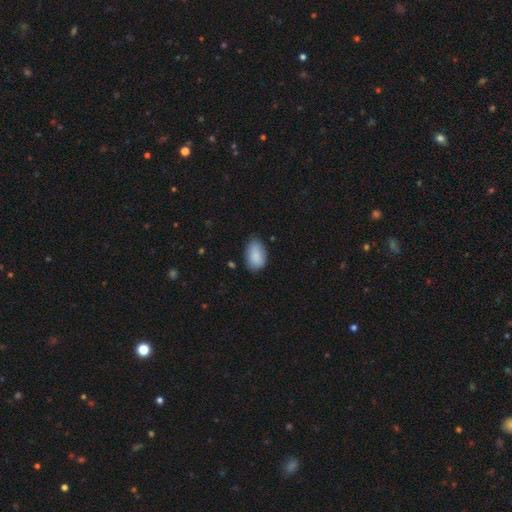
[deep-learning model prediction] smooth 88%, star or artifact 7%, featured or disk 6%. Down the decision tree: how rounded — in between (92%); merging — none (72%).